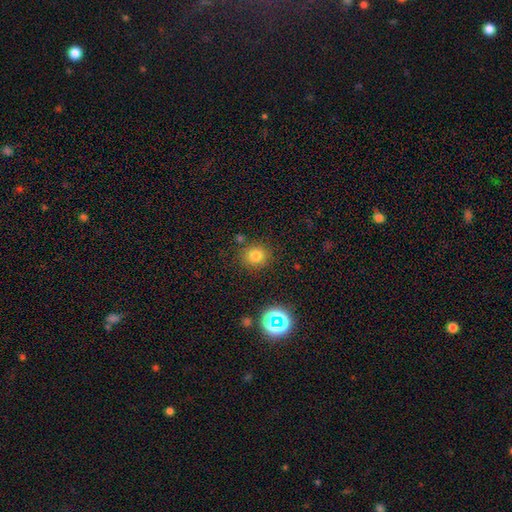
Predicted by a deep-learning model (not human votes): smooth 78%, star or artifact 16%, featured or disk 6%. Down the decision tree: how rounded — round (83%); merging — none (83%).